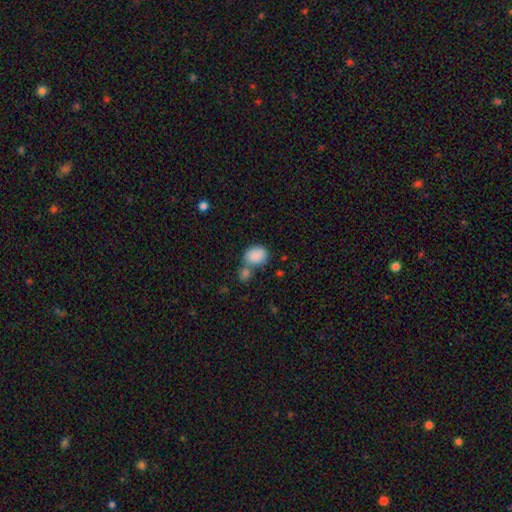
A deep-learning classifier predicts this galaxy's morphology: Smooth or featured: smooth — 87% (star or artifact — 8%)
How rounded: in between — 50% (round — 49%)
Merging: none — 45% (merger — 37%)